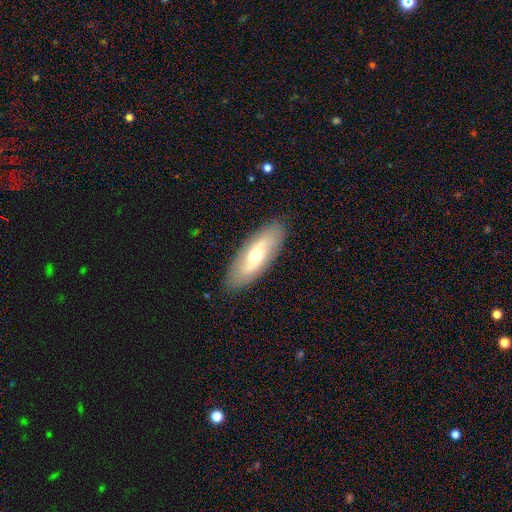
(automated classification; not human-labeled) Smooth or featured: featured or disk — 55% (smooth — 39%)
Edge-on disk: no — 78% (yes — 22%)
Merging: none — 88% (minor disturbance — 9%)